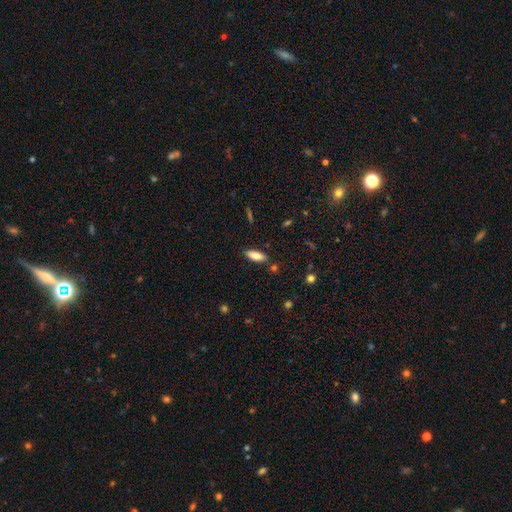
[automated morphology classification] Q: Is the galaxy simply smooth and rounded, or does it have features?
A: smooth — 83%.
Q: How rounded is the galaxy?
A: in between — 70%.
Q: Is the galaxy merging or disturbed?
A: none — 84%.